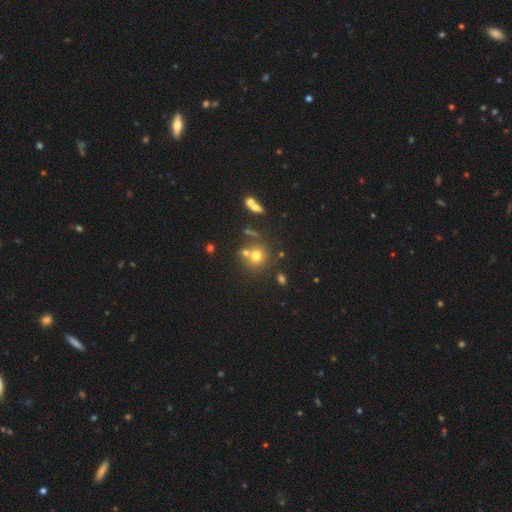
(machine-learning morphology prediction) This appears to be a smooth galaxy with no disk features (68%) that is round (85%). Merging: none (60%).